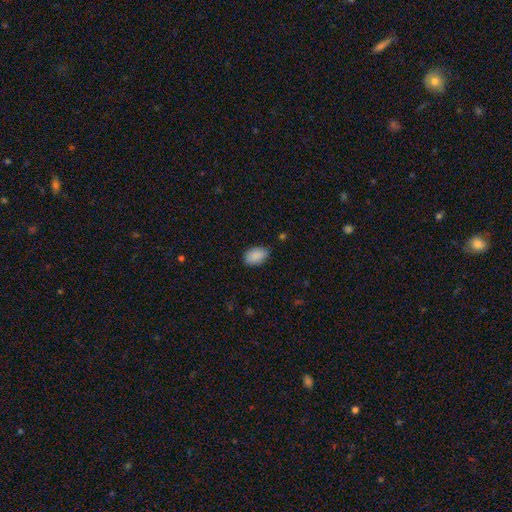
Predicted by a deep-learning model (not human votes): This is clearly a smooth galaxy (89%). How rounded: clearly in between (91%). Merging: likely none (78%).